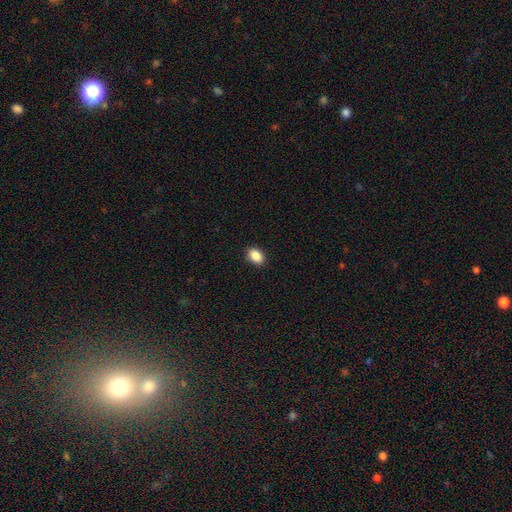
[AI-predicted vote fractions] Smooth or featured? Predicted: smooth (p=0.89). How rounded? Predicted: in between (p=0.84). Merging? Predicted: none (p=0.89).